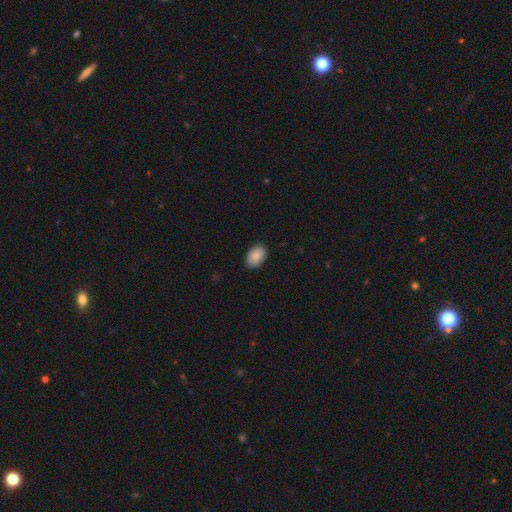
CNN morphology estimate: Smooth or featured? smooth (89%)
How rounded? in between (88%)
Merging? none (88%)